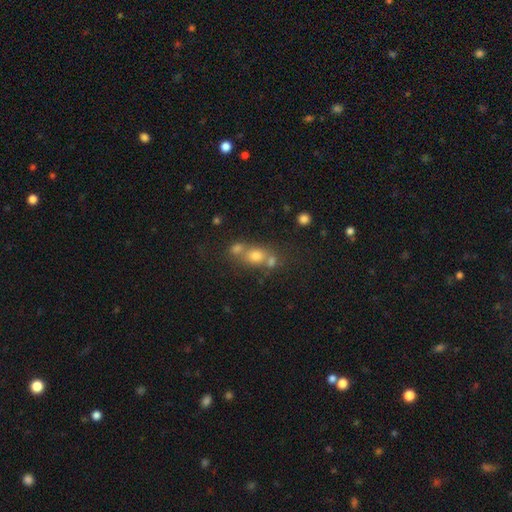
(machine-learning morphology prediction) Q: Smooth or featured?
A: smooth (64%); runner-up: star or artifact (18%)
Q: How rounded?
A: round (66%); runner-up: in between (31%)
Q: Merging?
A: merger (48%); runner-up: none (39%)